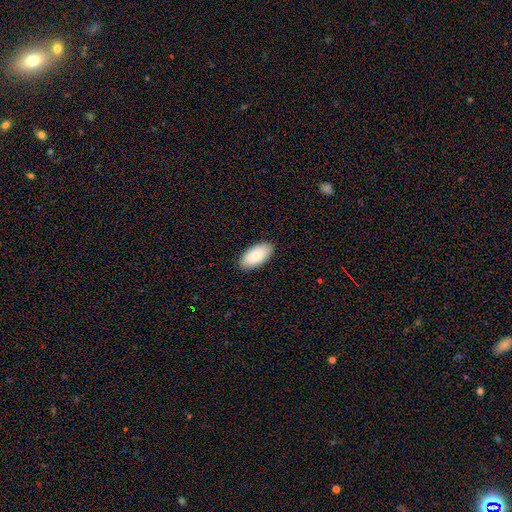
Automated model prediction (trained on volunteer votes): Smooth or featured? Predicted: smooth (p=0.83). How rounded? Predicted: in between (p=0.95). Merging? Predicted: none (p=0.88).